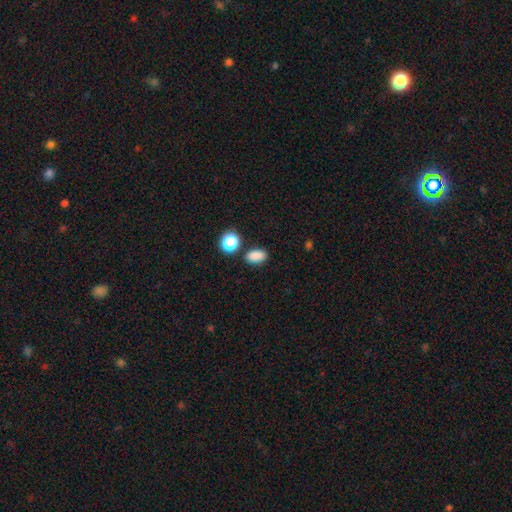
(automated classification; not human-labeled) Smooth or featured? smooth (85%)
How rounded? in between (83%)
Merging? none (81%)